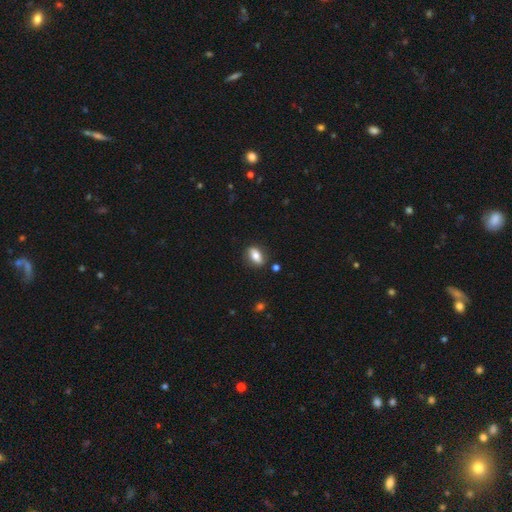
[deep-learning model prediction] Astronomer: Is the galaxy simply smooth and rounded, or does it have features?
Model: smooth — 70%.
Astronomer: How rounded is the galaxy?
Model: in between — 80%.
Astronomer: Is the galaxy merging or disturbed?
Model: none — 81%.